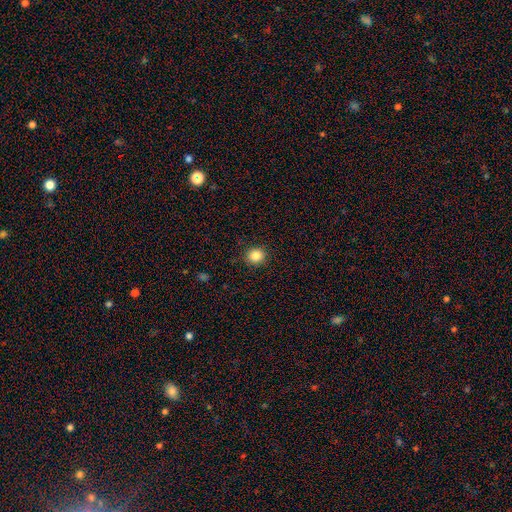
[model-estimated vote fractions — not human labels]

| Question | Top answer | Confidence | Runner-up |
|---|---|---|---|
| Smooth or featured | smooth | 85% | star or artifact (10%) |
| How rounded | round | 86% | in between (13%) |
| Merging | none | 91% | minor disturbance (6%) |